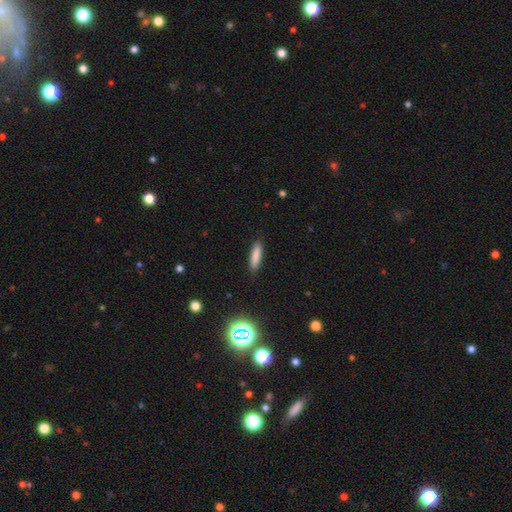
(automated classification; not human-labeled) Smooth or featured?
  - smooth: 84% *
  - star or artifact: 8%
  - featured or disk: 7%
How rounded?
  - cigar-shaped: 74% *
  - in between: 25%
  - round: 2%
Merging?
  - none: 89% *
  - minor disturbance: 8%
  - major disturbance: 2%
  - merger: 1%